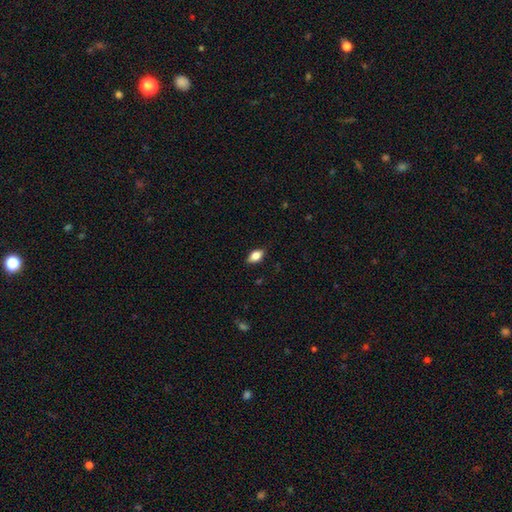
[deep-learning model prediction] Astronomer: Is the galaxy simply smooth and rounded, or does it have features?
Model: smooth — 80%.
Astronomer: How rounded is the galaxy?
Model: in between — 88%.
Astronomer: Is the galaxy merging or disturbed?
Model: none — 84%.